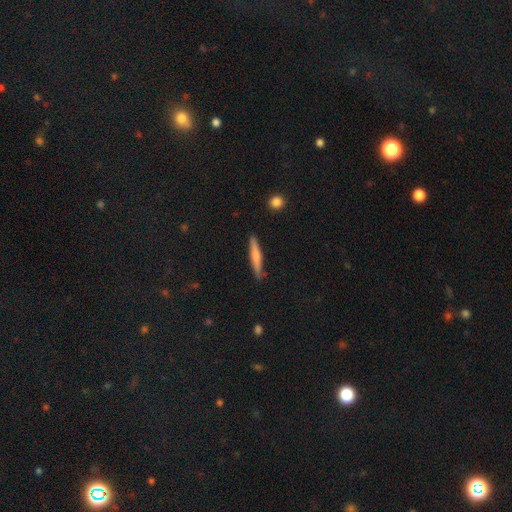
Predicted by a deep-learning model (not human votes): smooth-or-featured: smooth: 63% | featured or disk: 32% | star or artifact: 5%
  how-rounded: cigar-shaped: 93% | in between: 5% | round: 1%
  merging: none: 87% | minor disturbance: 10% | major disturbance: 2% | merger: 2%